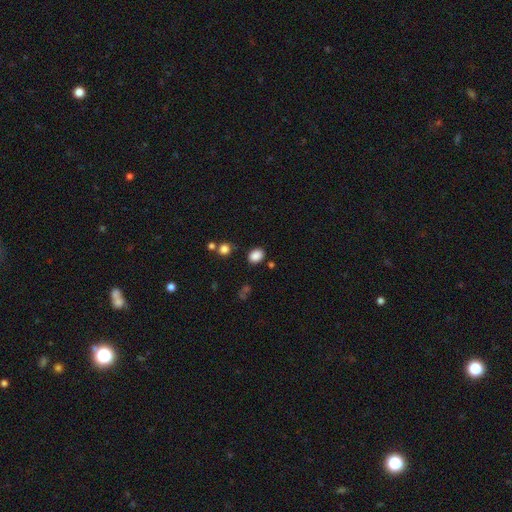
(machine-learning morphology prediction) Smooth or featured? smooth (86%)
How rounded? in between (67%)
Merging? none (82%)